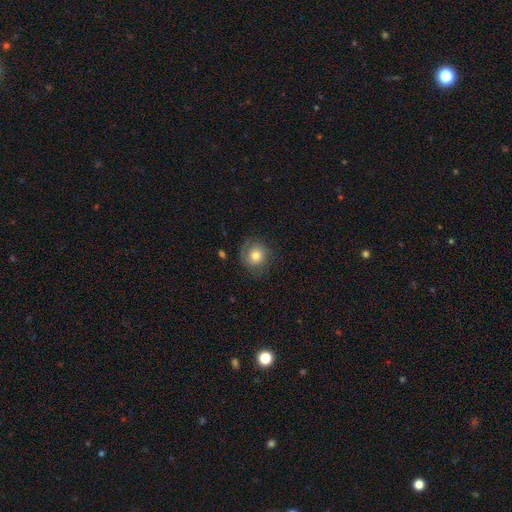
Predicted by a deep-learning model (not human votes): Morphology: type=smooth (71%); roundness=round (86%); merging=none (73%).